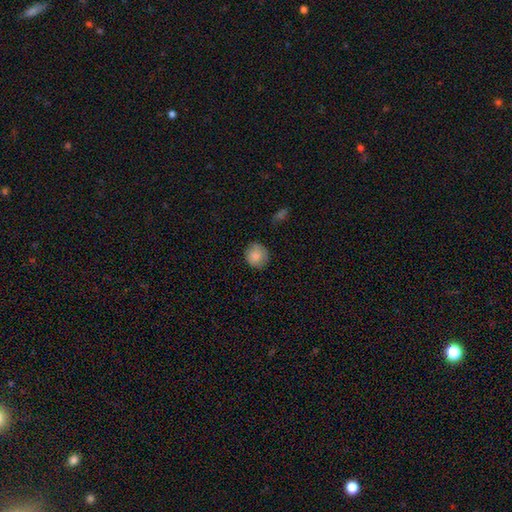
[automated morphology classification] smooth-or-featured: smooth: 85% | star or artifact: 8% | featured or disk: 7%
  how-rounded: round: 84% | in between: 15% | cigar-shaped: 1%
  merging: none: 83% | minor disturbance: 14% | major disturbance: 3% | merger: 1%